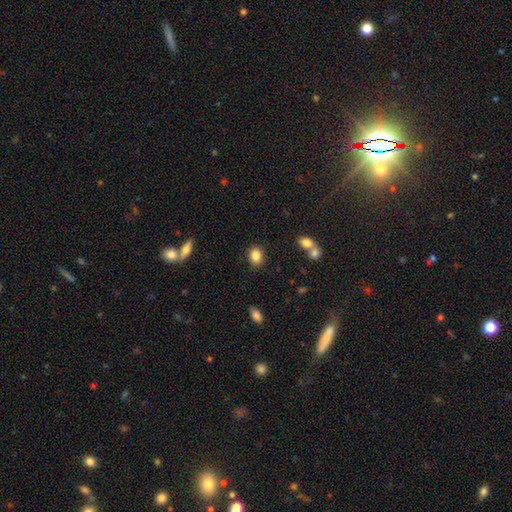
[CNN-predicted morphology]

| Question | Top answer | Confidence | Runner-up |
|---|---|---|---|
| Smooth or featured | smooth | 86% | star or artifact (9%) |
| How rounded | in between | 55% | round (44%) |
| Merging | none | 87% | minor disturbance (8%) |